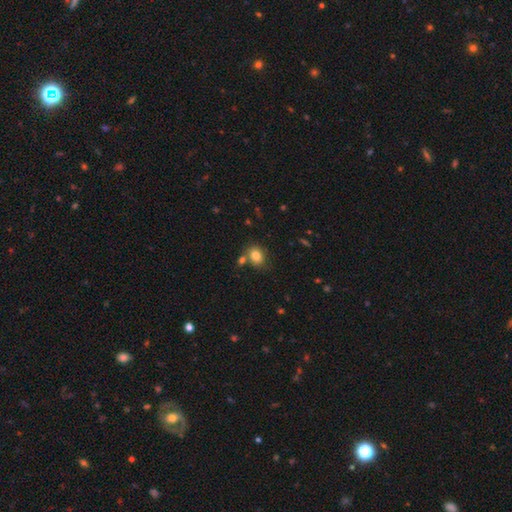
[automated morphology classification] This is clearly a smooth galaxy (81%). How rounded: possibly in between (58%). Merging: likely none (66%).